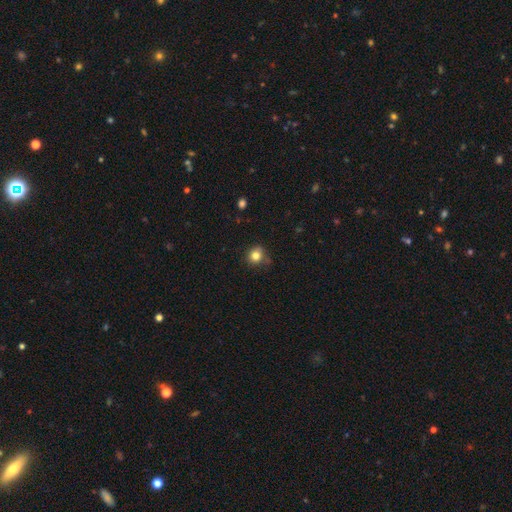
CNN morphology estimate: Smooth or featured?
  - smooth: 82% *
  - star or artifact: 12%
  - featured or disk: 7%
How rounded?
  - round: 80% *
  - in between: 19%
  - cigar-shaped: 1%
Merging?
  - none: 76% *
  - minor disturbance: 17%
  - major disturbance: 4%
  - merger: 3%